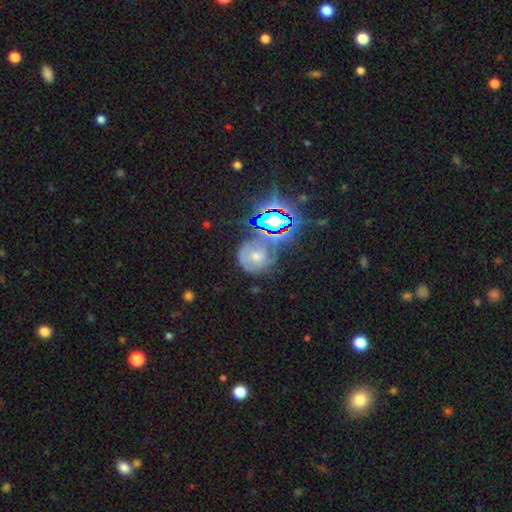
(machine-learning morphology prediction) Overall: featured or disk (46%; smooth 30%). Merging: none (50%; minor disturbance 22%).